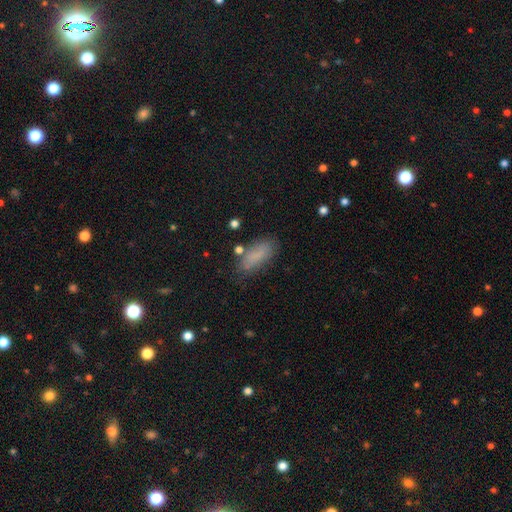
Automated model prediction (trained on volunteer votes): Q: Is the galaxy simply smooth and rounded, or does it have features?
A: smooth — 80%.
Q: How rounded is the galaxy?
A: in between — 77%.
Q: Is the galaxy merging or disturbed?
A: none — 70%.